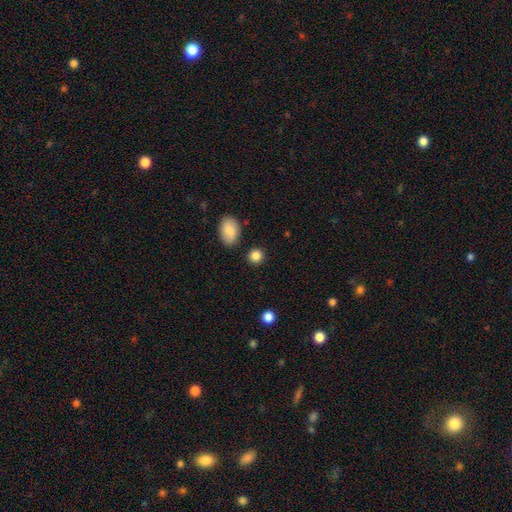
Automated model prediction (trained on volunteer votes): smooth 86%, star or artifact 10%, featured or disk 4%. Down the decision tree: how rounded — round (84%); merging — none (86%).